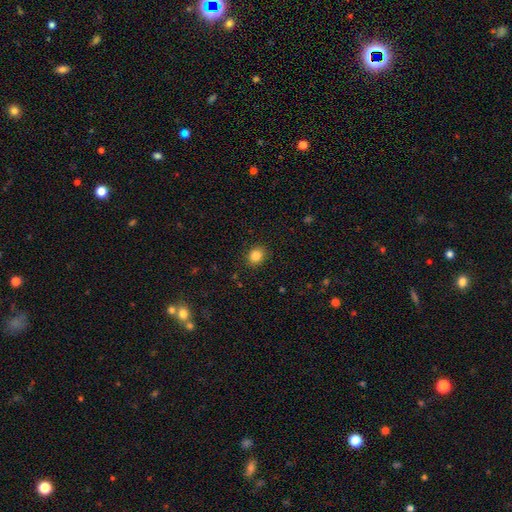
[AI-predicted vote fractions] Overall: smooth (85%). How rounded: round (72%). Merging: none (89%).